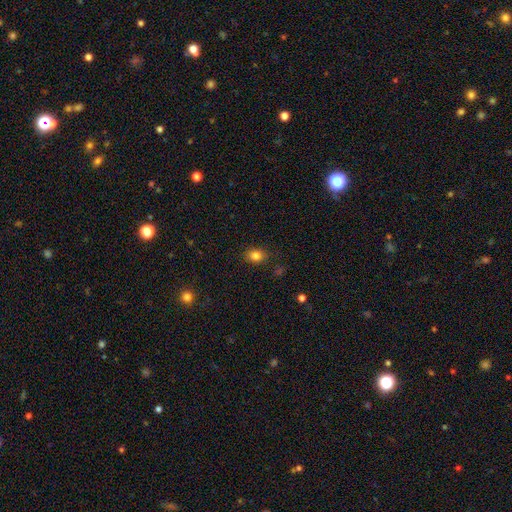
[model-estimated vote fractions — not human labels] smooth_or_featured: smooth (p=0.83) [alt: star or artifact p=0.11]
how_rounded: in between (p=0.55) [alt: round p=0.43]
merging: none (p=0.85) [alt: minor disturbance p=0.11]